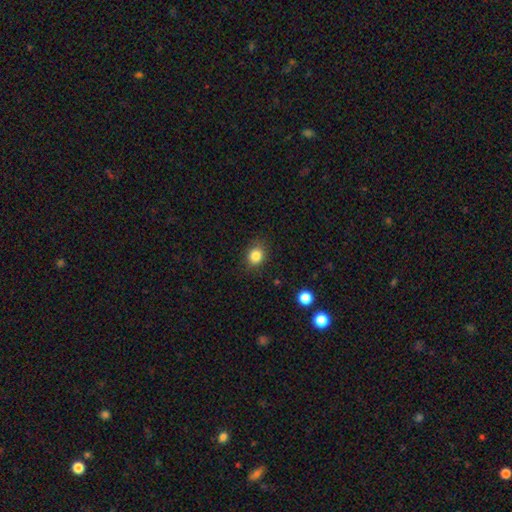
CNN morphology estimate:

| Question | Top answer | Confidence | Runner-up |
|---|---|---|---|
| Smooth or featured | smooth | 84% | star or artifact (11%) |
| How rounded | round | 69% | in between (30%) |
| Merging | none | 85% | minor disturbance (11%) |